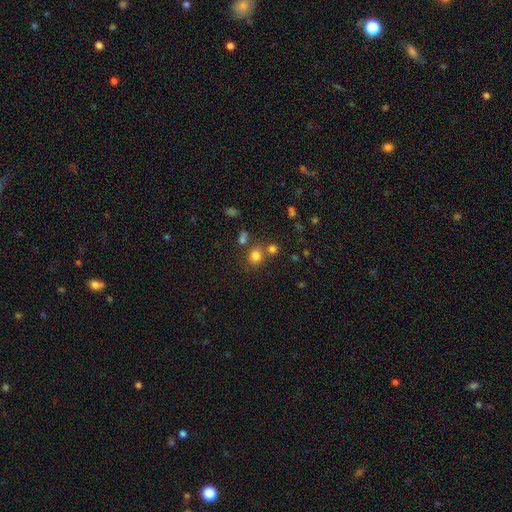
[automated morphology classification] Smooth or featured?
  - smooth: 76% *
  - star or artifact: 16%
  - featured or disk: 7%
How rounded?
  - round: 79% *
  - in between: 20%
  - cigar-shaped: 1%
Merging?
  - none: 66% *
  - merger: 20%
  - minor disturbance: 10%
  - major disturbance: 4%